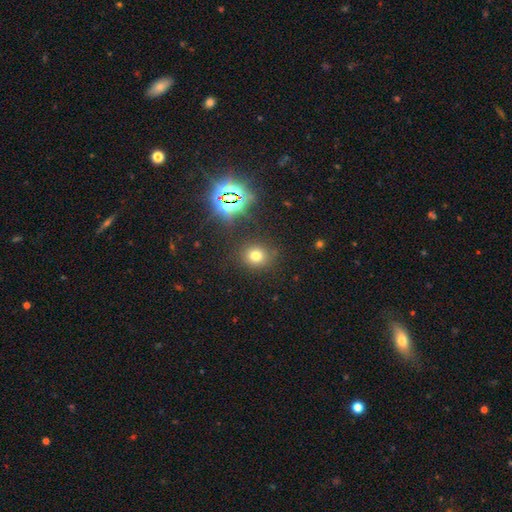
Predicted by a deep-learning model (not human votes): This is likely a smooth galaxy (70%). How rounded: clearly round (83%). Merging: clearly none (85%).